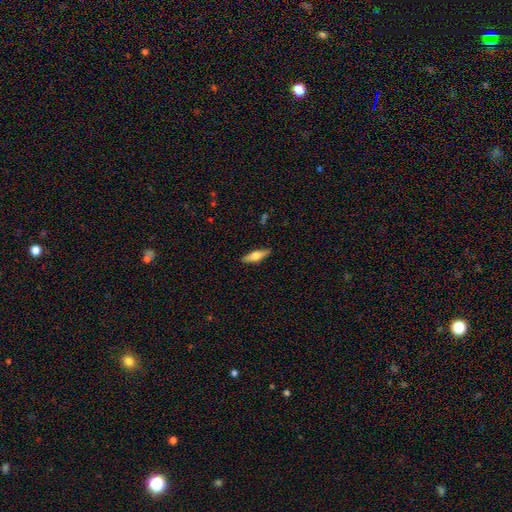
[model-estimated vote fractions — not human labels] Morphology: type=smooth (58%); roundness=cigar-shaped (53%); merging=none (89%).